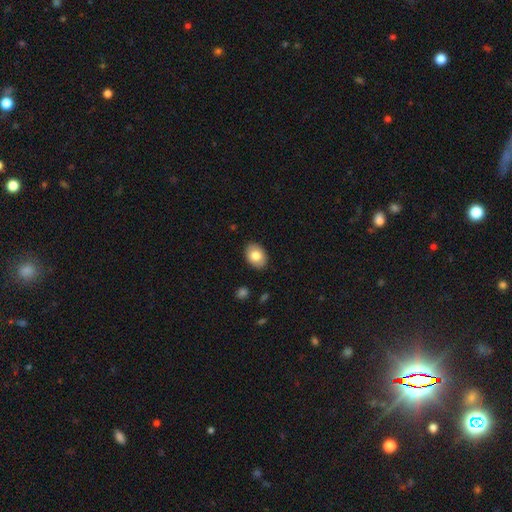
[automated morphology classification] Smooth or featured? smooth (79%)
How rounded? in between (77%)
Merging? none (88%)